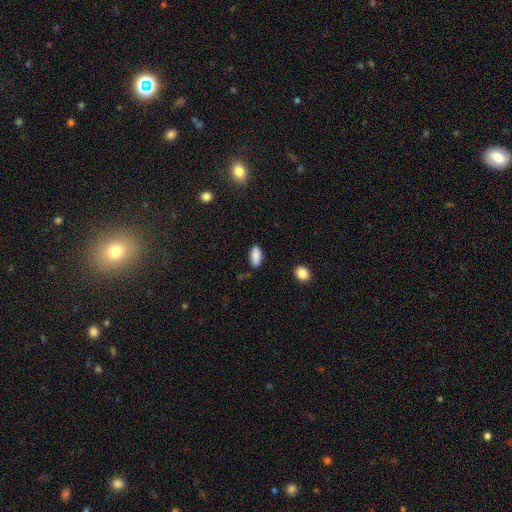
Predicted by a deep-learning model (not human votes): Morphology: type=smooth (88%); roundness=in between (87%); merging=none (83%).